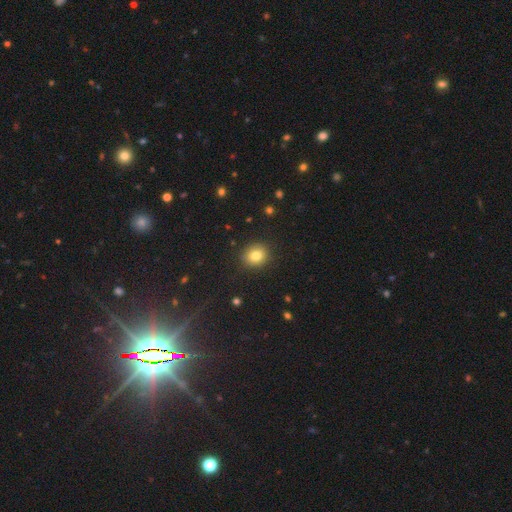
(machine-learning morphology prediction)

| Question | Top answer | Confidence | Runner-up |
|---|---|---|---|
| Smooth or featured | smooth | 81% | star or artifact (11%) |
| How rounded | round | 75% | in between (24%) |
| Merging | none | 88% | minor disturbance (8%) |